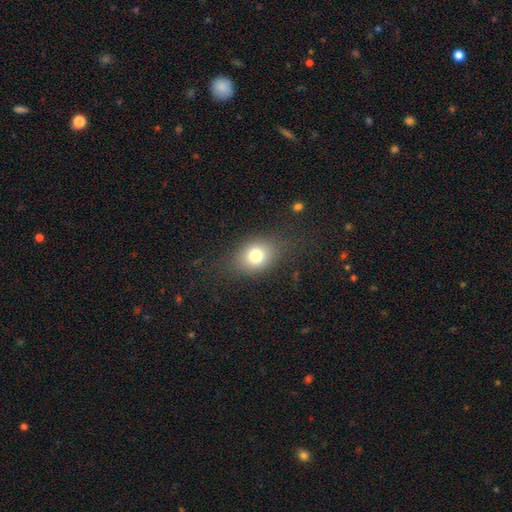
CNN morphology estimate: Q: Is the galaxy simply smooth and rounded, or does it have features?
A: smooth — 77%.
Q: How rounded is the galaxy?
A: in between — 59%.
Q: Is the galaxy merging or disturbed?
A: none — 75%.